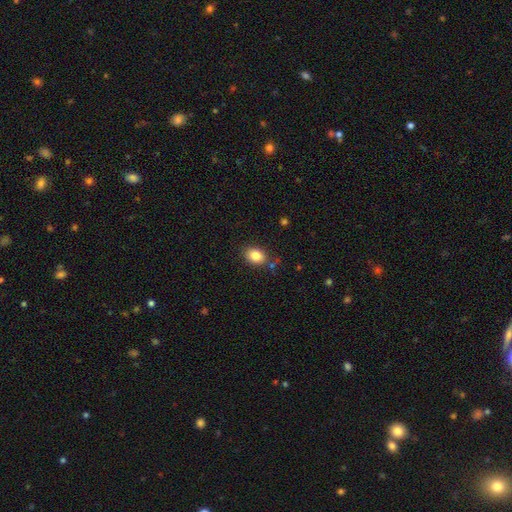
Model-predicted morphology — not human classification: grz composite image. It shows a smooth galaxy with no disk features (84%) that is in between round and cigar-shaped (63%). Merging: none (80%).